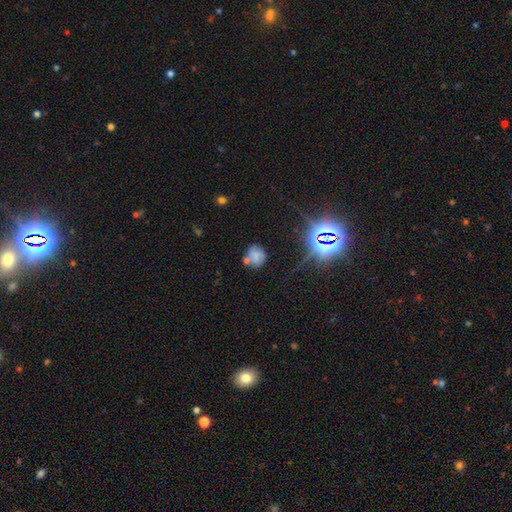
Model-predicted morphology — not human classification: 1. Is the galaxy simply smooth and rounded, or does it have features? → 57% smooth, 23% featured or disk, 20% star or artifact.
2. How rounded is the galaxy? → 76% round, 22% in between, 1% cigar-shaped.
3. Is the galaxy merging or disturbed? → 56% none, 19% minor disturbance, 18% merger, 7% major disturbance.